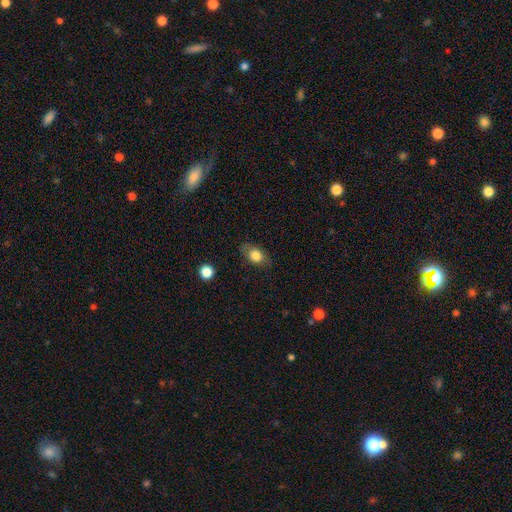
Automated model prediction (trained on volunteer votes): This appears to be a smooth galaxy with no disk features (79%) that is in between round and cigar-shaped (74%). Merging: none (77%).